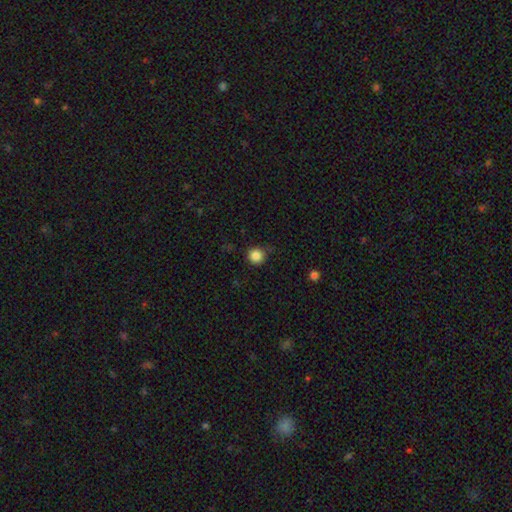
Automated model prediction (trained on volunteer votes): A smooth galaxy with no disk features (85%) that is round (95%). Merging: none (84%).